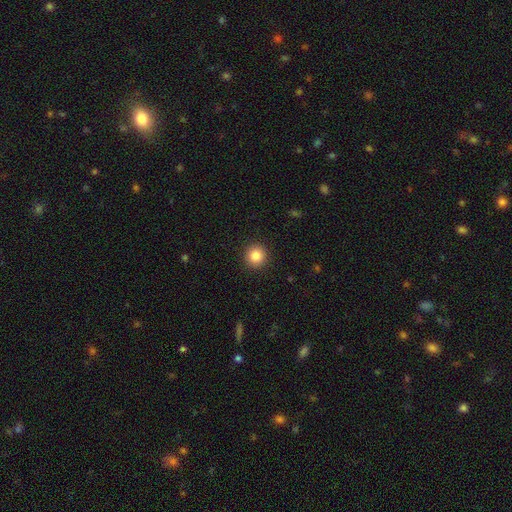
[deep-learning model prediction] A smooth galaxy with no disk features (85%) that is round (94%). Merging: none (92%).